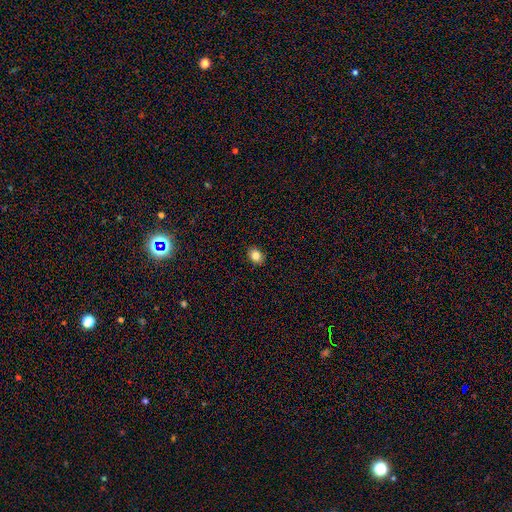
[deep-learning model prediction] smooth 83%, star or artifact 10%, featured or disk 7%. Down the decision tree: how rounded — in between (55%); merging — none (90%).